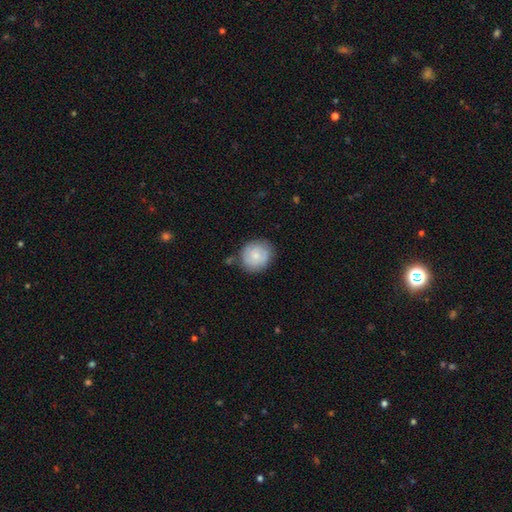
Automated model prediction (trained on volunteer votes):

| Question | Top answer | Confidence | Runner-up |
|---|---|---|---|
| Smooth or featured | smooth | 68% | featured or disk (25%) |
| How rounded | round | 84% | in between (15%) |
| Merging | none | 74% | minor disturbance (18%) |